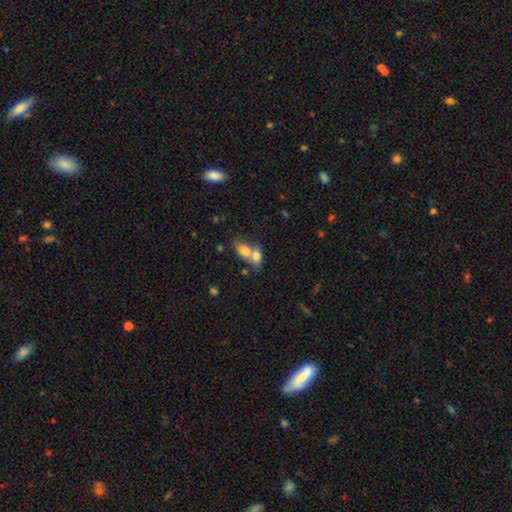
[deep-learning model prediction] This is likely a smooth galaxy (74%). How rounded: likely in between (80%). Merging: likely merger (70%).